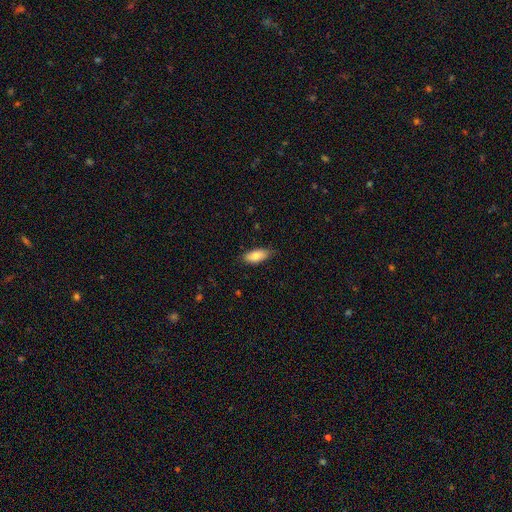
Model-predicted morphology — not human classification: type=smooth (79%); roundness=in between (86%); merging=none (77%).